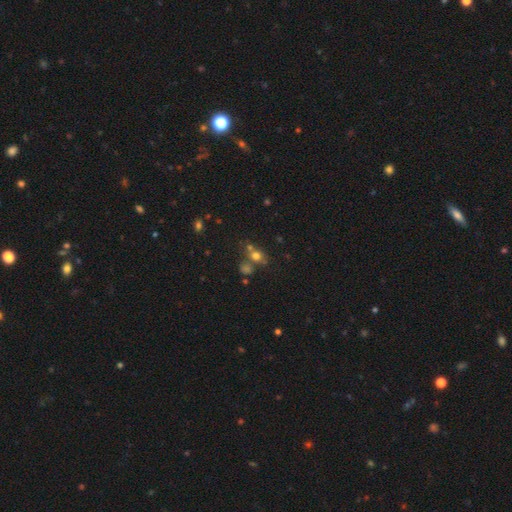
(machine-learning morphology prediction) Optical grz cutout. It shows a smooth galaxy with no disk features (54%) that is round (66%). Merging: none (47%).